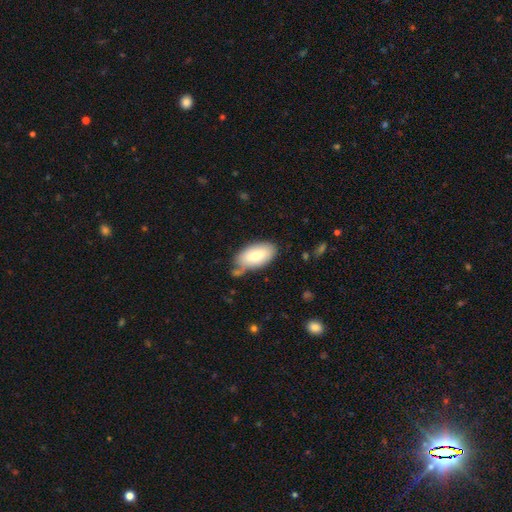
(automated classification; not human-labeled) A smooth galaxy with no disk features (76%) that is in between round and cigar-shaped (94%). Merging: none (63%).